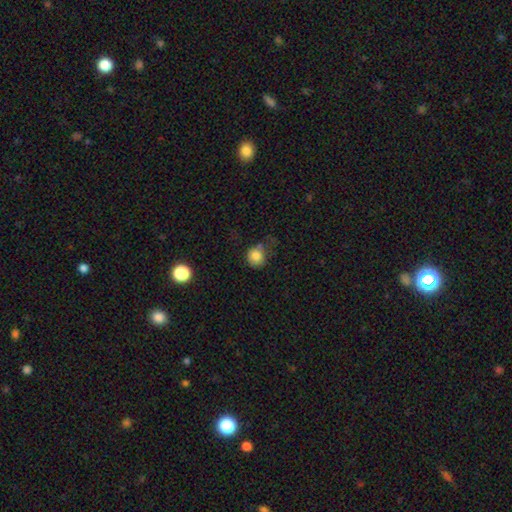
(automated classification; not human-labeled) smooth_or_featured: smooth (p=0.82) [alt: star or artifact p=0.11]
how_rounded: round (p=0.82) [alt: in between p=0.17]
merging: none (p=0.53) [alt: minor disturbance p=0.26]